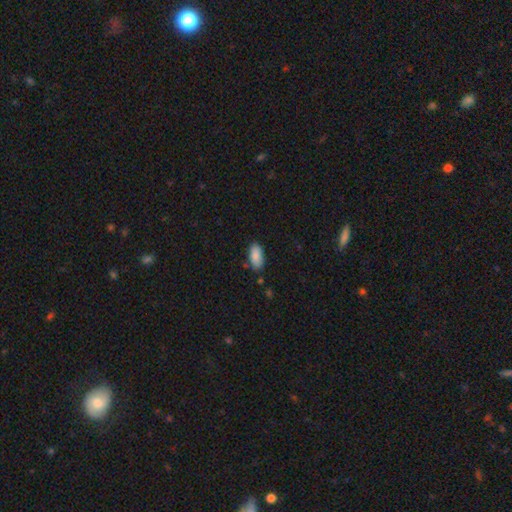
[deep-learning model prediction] Overall: smooth (88%). How rounded: in between (92%). Merging: none (79%).